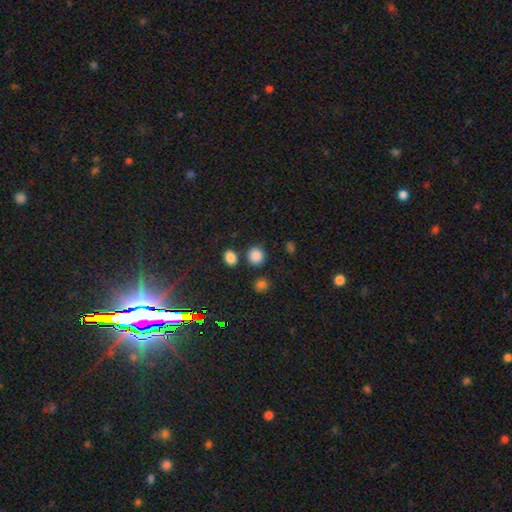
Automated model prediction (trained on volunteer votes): Smooth or featured?
  - smooth: 85% *
  - star or artifact: 11%
  - featured or disk: 4%
How rounded?
  - round: 82% *
  - in between: 17%
  - cigar-shaped: 1%
Merging?
  - none: 80% *
  - minor disturbance: 9%
  - merger: 8%
  - major disturbance: 3%